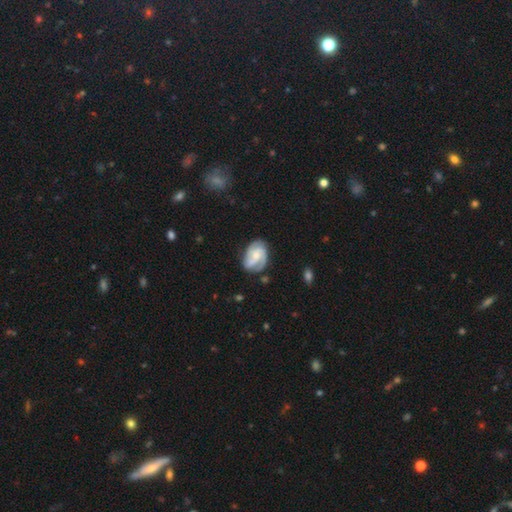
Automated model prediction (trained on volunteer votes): smooth_or_featured: featured or disk (p=0.74) [alt: smooth p=0.20]
disk_edge_on: no (p=0.97) [alt: yes p=0.03]
bar: no (p=0.57) [alt: weak p=0.35]
has_spiral_arms: yes (p=0.94) [alt: no p=0.06]
spiral_winding: medium (p=0.42) [tied with: tight p=0.42]
spiral_arm_count: 2 (p=0.38) [alt: 3 p=0.34]
bulge_size: moderate (p=0.44) [alt: small p=0.38]
merging: none (p=0.63) [alt: minor disturbance p=0.24]